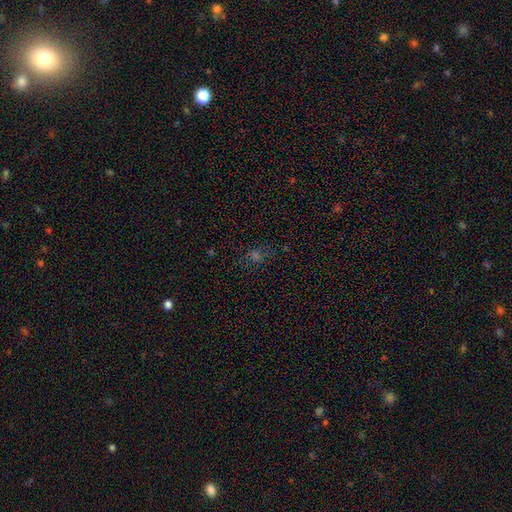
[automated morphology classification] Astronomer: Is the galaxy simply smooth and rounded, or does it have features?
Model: star or artifact — 45% (runner-up: smooth, 39%).